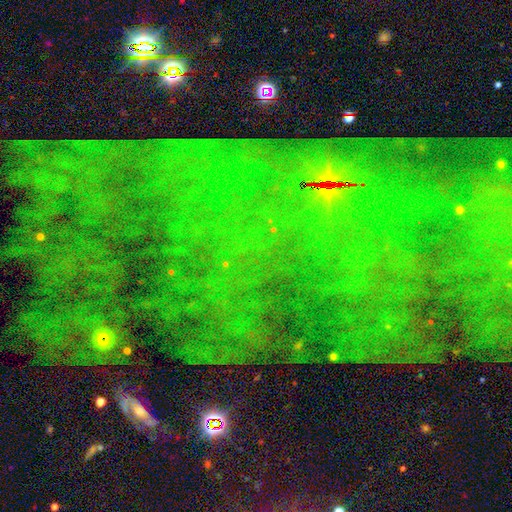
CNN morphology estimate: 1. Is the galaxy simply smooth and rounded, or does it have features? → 76% star or artifact, 13% featured or disk, 11% smooth.